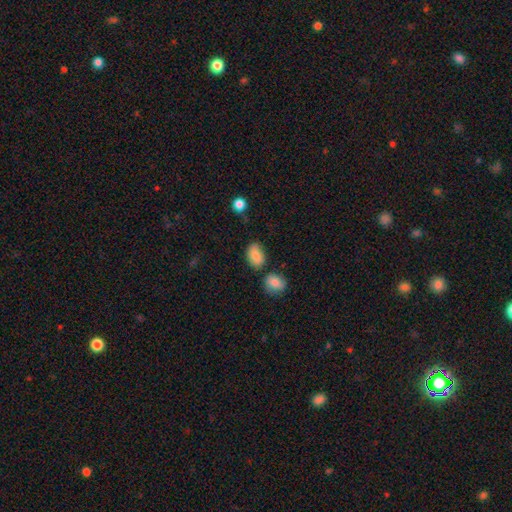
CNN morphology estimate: smooth-or-featured: smooth: 84% | star or artifact: 8% | featured or disk: 7%
  how-rounded: in between: 85% | round: 13% | cigar-shaped: 2%
  merging: none: 69% | minor disturbance: 19% | merger: 8% | major disturbance: 4%